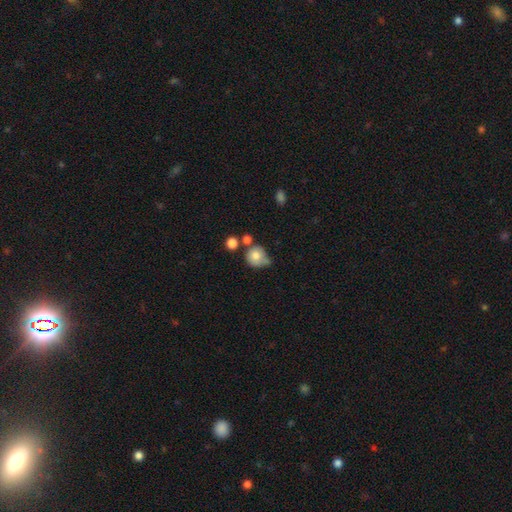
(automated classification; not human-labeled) A smooth galaxy with no disk features (76%) that is round (82%). Merging: none (42%).